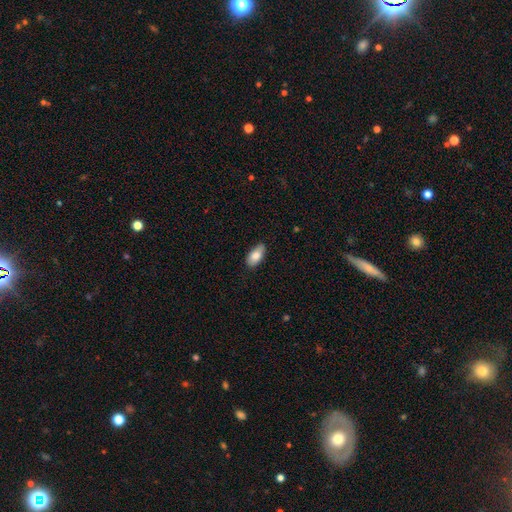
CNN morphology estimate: A smooth galaxy with no disk features (83%) that is in between round and cigar-shaped (93%). Merging: none (80%).